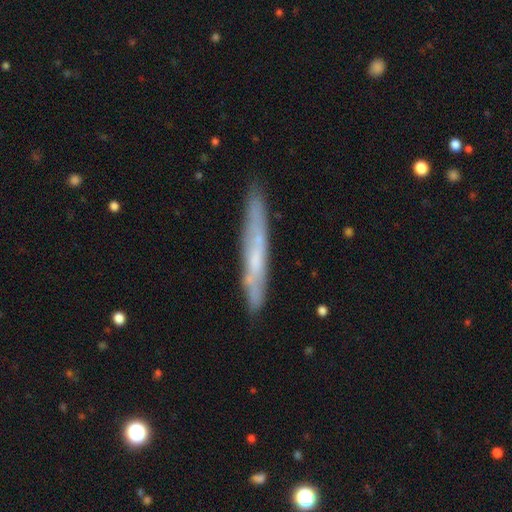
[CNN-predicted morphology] Q: Smooth or featured?
A: featured or disk (56%); runner-up: smooth (37%)
Q: Edge-on disk?
A: yes (81%); runner-up: no (19%)
Q: Merging?
A: none (85%); runner-up: minor disturbance (12%)